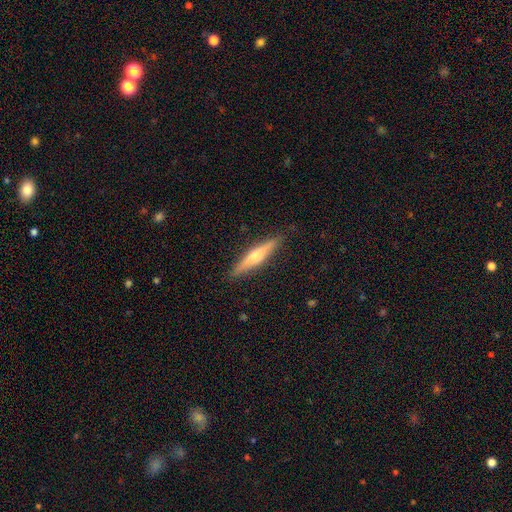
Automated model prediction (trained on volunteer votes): smooth_or_featured: featured or disk (p=0.49) [alt: smooth p=0.45]
merging: none (p=0.90) [alt: minor disturbance p=0.08]